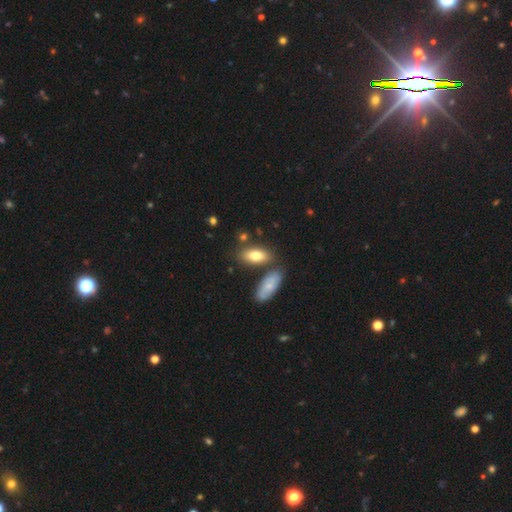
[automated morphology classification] Smooth or featured? smooth (75%)
How rounded? in between (84%)
Merging? none (68%)